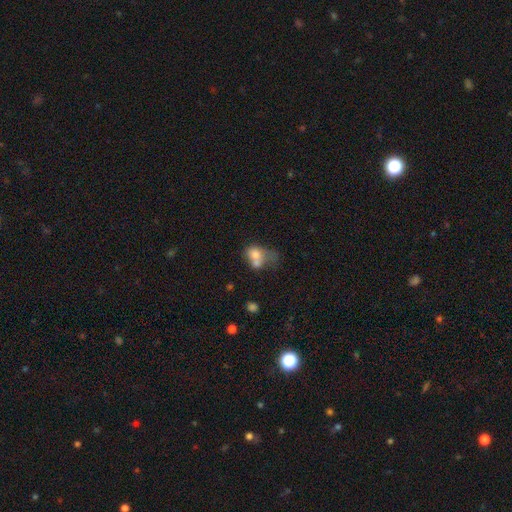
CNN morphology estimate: Smooth or featured? smooth (68%)
How rounded? in between (57%)
Merging? merger (57%)